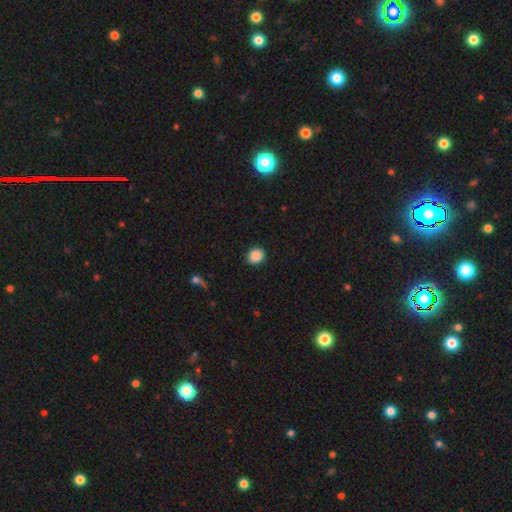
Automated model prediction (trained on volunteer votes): smooth 88%, star or artifact 9%, featured or disk 3%. Down the decision tree: how rounded — round (78%); merging — none (91%).